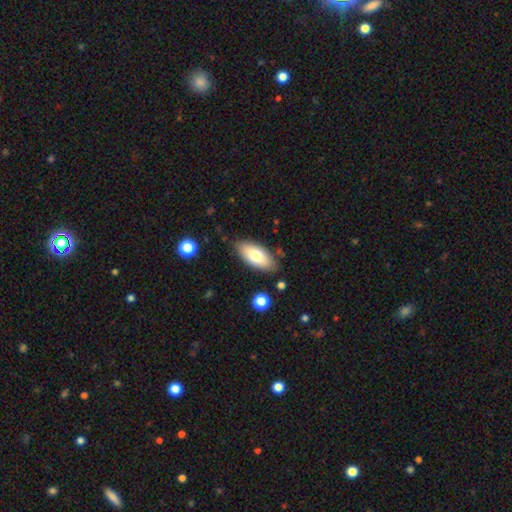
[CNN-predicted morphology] smooth-or-featured: smooth: 75% | featured or disk: 18% | star or artifact: 6%
  how-rounded: in between: 89% | cigar-shaped: 9% | round: 2%
  merging: none: 83% | minor disturbance: 12% | major disturbance: 3% | merger: 2%